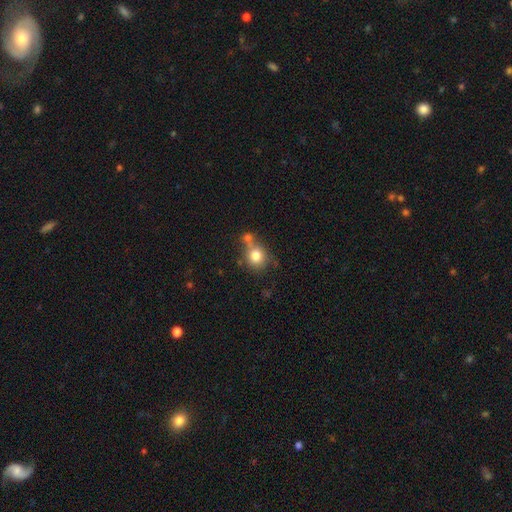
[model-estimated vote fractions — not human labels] smooth-or-featured: smooth: 78% | featured or disk: 11% | star or artifact: 11%
  how-rounded: round: 81% | in between: 18% | cigar-shaped: 1%
  merging: none: 47% | merger: 34% | minor disturbance: 14% | major disturbance: 6%